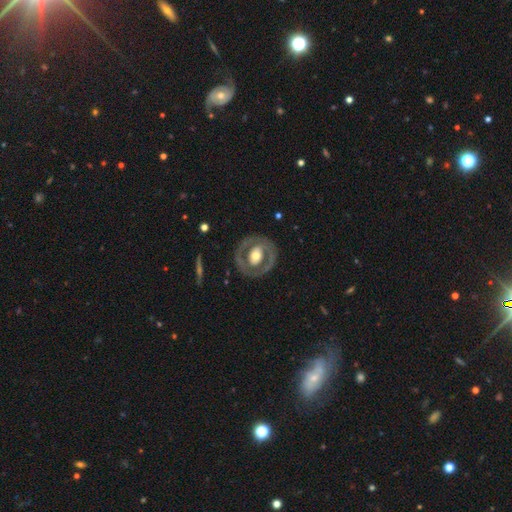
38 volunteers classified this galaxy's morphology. Q: Smooth or featured?
A: featured or disk (66%); runner-up: smooth (34%)
Q: Edge-on disk?
A: no (96%); runner-up: yes (4%)
Q: Bar?
A: no (67%); runner-up: strong (21%)
Q: Spiral arms?
A: no (75%); runner-up: yes (25%)
Q: Bulge size?
A: moderate (54%); runner-up: large (29%)
Q: Merging?
A: none (66%); runner-up: minor disturbance (21%)